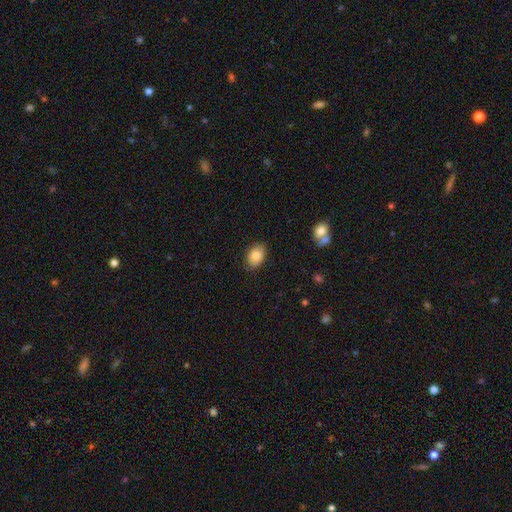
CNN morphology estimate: Overall: smooth (85%). How rounded: in between (84%). Merging: none (84%).